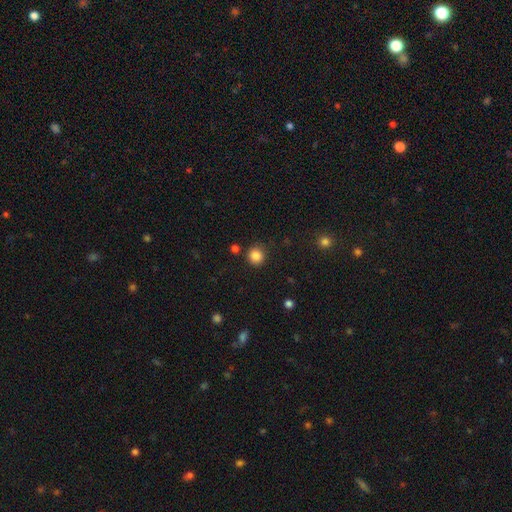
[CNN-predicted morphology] smooth_or_featured: smooth (p=0.85) [alt: star or artifact p=0.11]
how_rounded: round (p=0.91) [alt: in between p=0.08]
merging: none (p=0.85) [alt: minor disturbance p=0.09]